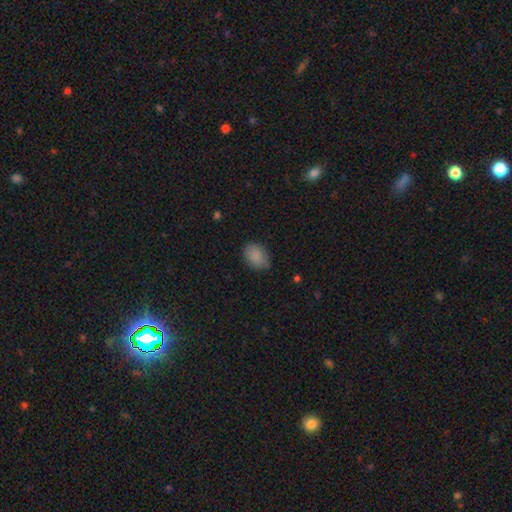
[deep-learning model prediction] smooth_or_featured: smooth (p=0.87) [alt: star or artifact p=0.09]
how_rounded: in between (p=0.72) [alt: round p=0.27]
merging: none (p=0.73) [alt: minor disturbance p=0.22]